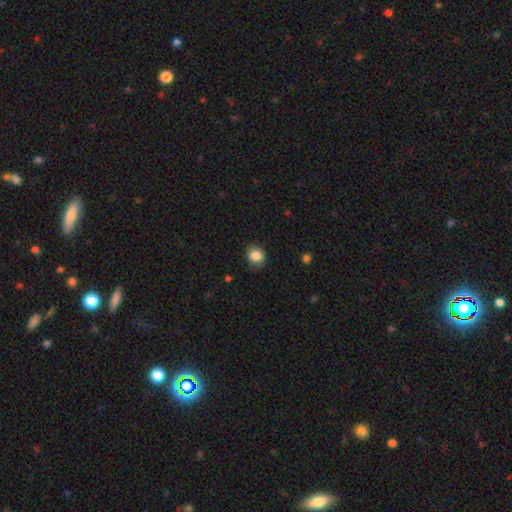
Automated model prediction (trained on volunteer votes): This is clearly a smooth galaxy (85%). How rounded: likely round (73%). Merging: clearly none (85%).